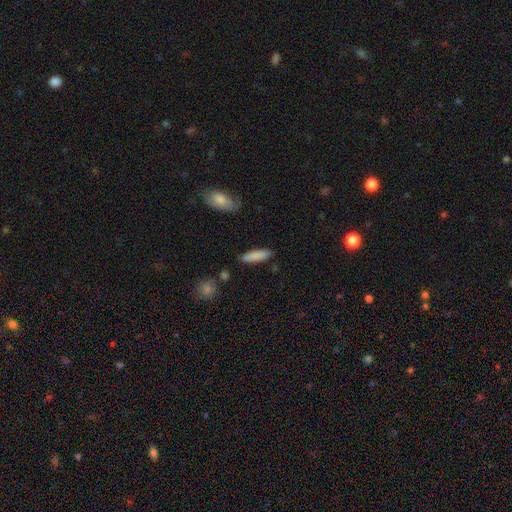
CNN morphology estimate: This appears to be a smooth galaxy with no disk features (85%) that is cigar-shaped (65%). Merging: none (86%).